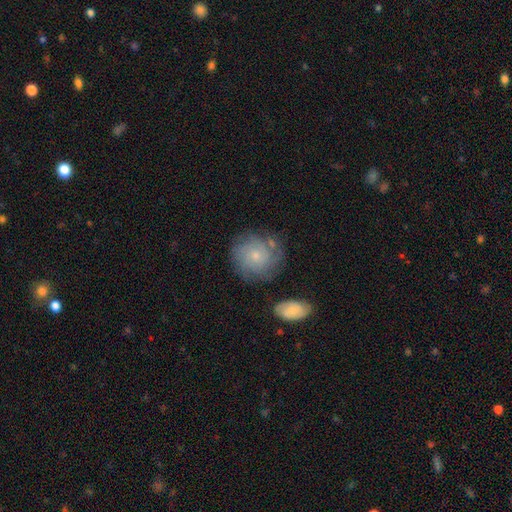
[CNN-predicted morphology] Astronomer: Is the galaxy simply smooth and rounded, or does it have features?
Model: featured or disk — 47% (runner-up: smooth, 44%).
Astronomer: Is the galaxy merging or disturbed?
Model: none — 69%.